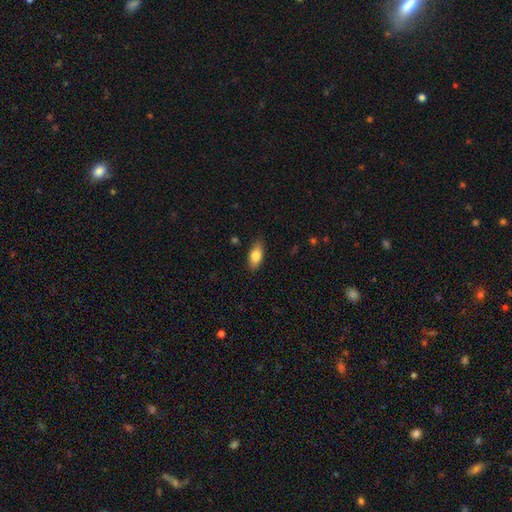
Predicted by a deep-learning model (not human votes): The model was most divided on "smooth or featured": smooth: 80%, featured or disk: 13%, star or artifact: 7%. More confident: how rounded — in between (87%); merging — none (84%).